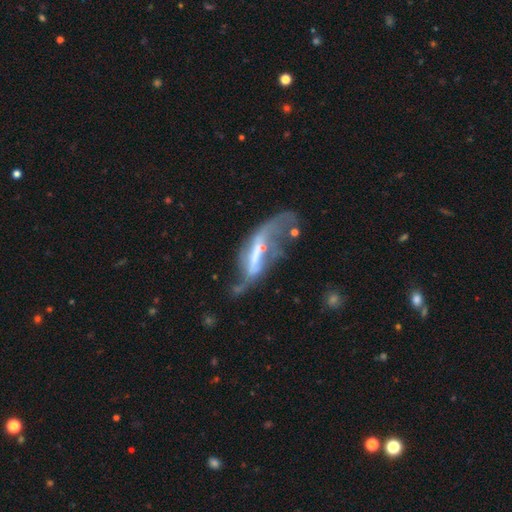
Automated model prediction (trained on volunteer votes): smooth_or_featured: featured or disk (p=0.70) [alt: smooth p=0.20]
disk_edge_on: no (p=0.83) [alt: yes p=0.17]
bar: strong (p=0.45) [alt: weak p=0.28]
has_spiral_arms: yes (p=0.61) [alt: no p=0.39]
bulge_size: none (p=0.34) [alt: small p=0.32]
merging: major disturbance (p=0.41) [alt: none p=0.24]